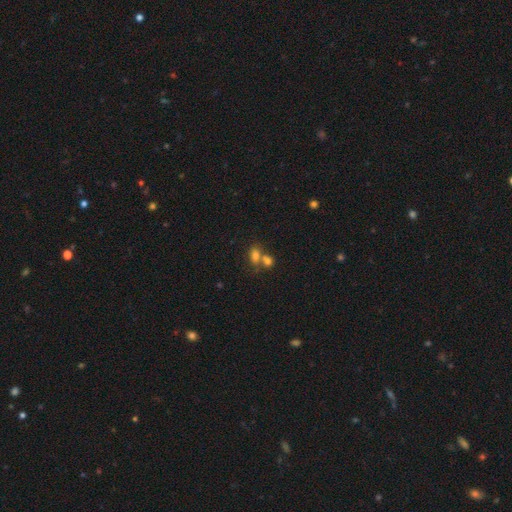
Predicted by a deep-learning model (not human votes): smooth 77%, star or artifact 12%, featured or disk 11%. Down the decision tree: how rounded — in between (76%); merging — merger (52%).